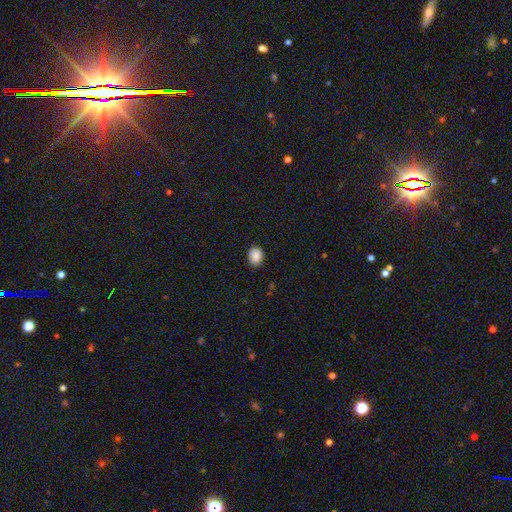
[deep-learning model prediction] Q: Smooth or featured?
A: smooth (89%); runner-up: star or artifact (9%)
Q: How rounded?
A: in between (52%); runner-up: round (47%)
Q: Merging?
A: none (87%); runner-up: minor disturbance (10%)